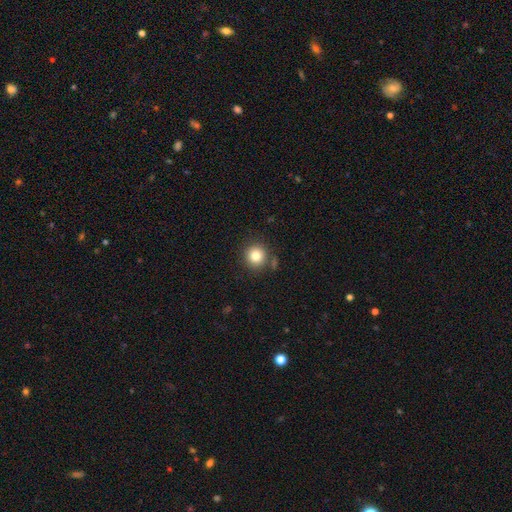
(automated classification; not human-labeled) Smooth or featured? smooth (82%)
How rounded? round (92%)
Merging? none (82%)